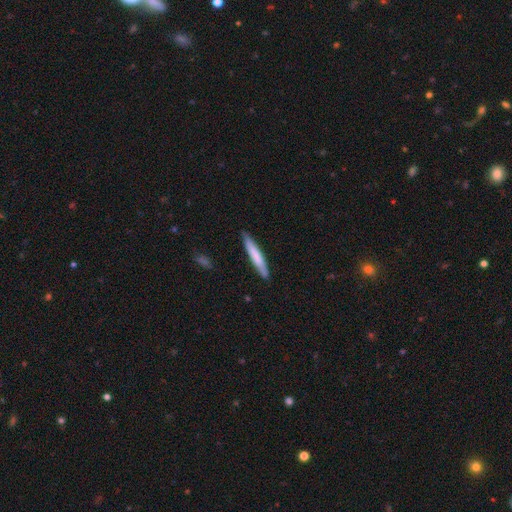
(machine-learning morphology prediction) Overall: smooth (71%). How rounded: cigar-shaped (94%). Merging: none (86%).